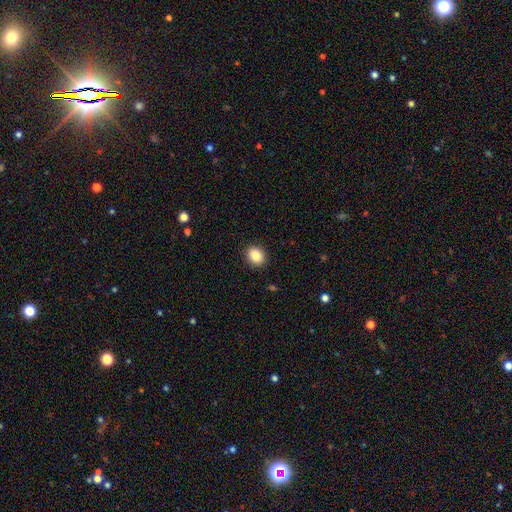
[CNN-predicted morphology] Smooth or featured? smooth (88%)
How rounded? in between (57%)
Merging? none (90%)